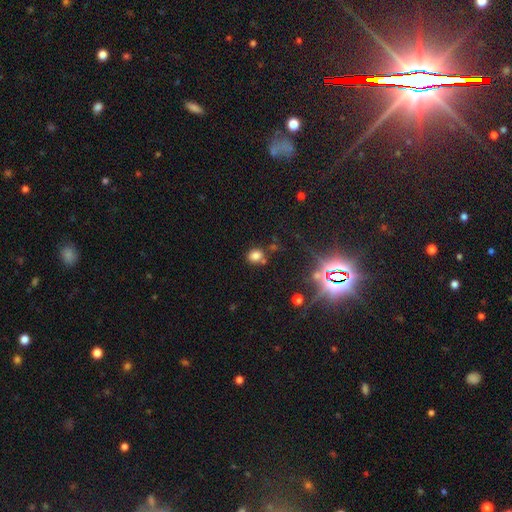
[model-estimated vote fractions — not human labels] Q: Smooth or featured?
A: smooth (75%); runner-up: star or artifact (18%)
Q: How rounded?
A: round (61%); runner-up: in between (38%)
Q: Merging?
A: none (68%); runner-up: minor disturbance (14%)